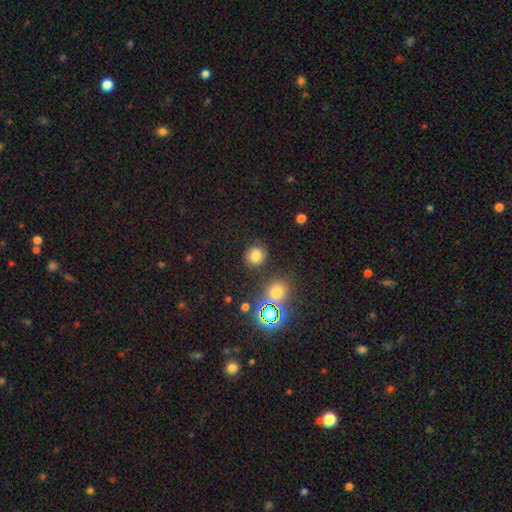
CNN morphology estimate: smooth 71%, star or artifact 19%, featured or disk 10%. Down the decision tree: how rounded — round (85%); merging — none (80%).